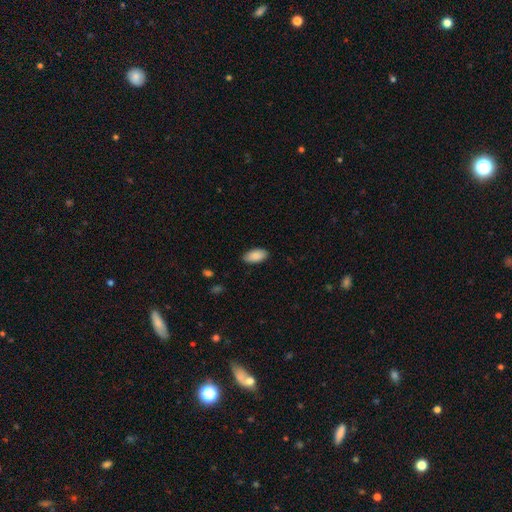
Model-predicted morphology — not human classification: This appears to be a smooth galaxy with no disk features (89%) that is in between round and cigar-shaped (94%). Merging: none (85%).